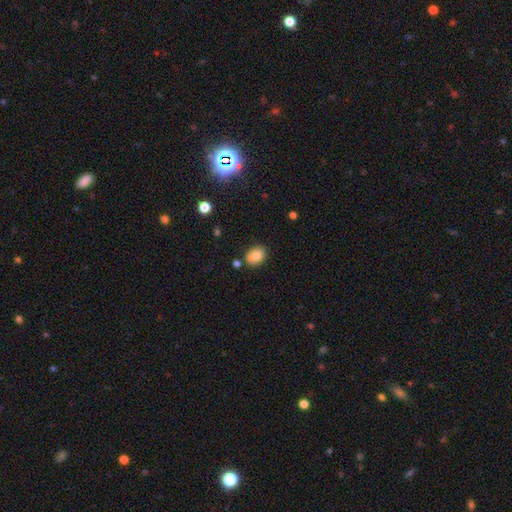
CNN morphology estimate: Smooth or featured? smooth (79%)
How rounded? in between (66%)
Merging? none (68%)